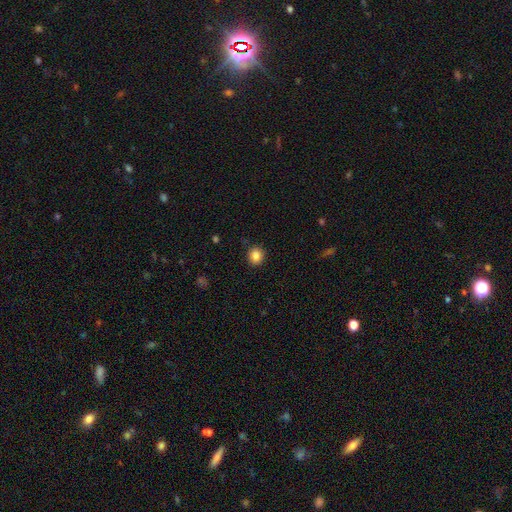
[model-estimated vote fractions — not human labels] smooth_or_featured: smooth (p=0.85) [alt: star or artifact p=0.10]
how_rounded: round (p=0.83) [alt: in between p=0.16]
merging: none (p=0.90) [alt: minor disturbance p=0.07]